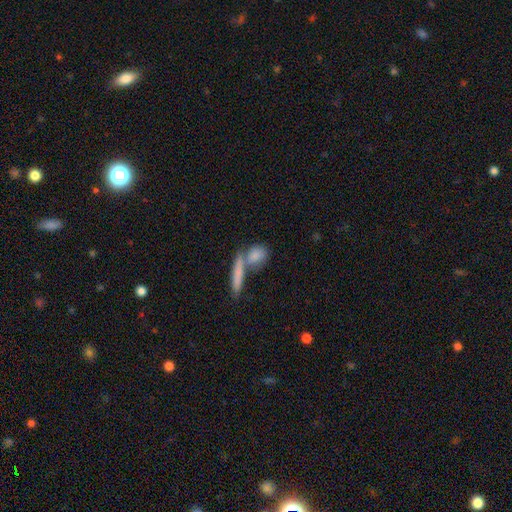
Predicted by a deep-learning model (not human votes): This is likely a smooth galaxy (79%). How rounded: marginally in between (43%). Merging: possibly none (46%).